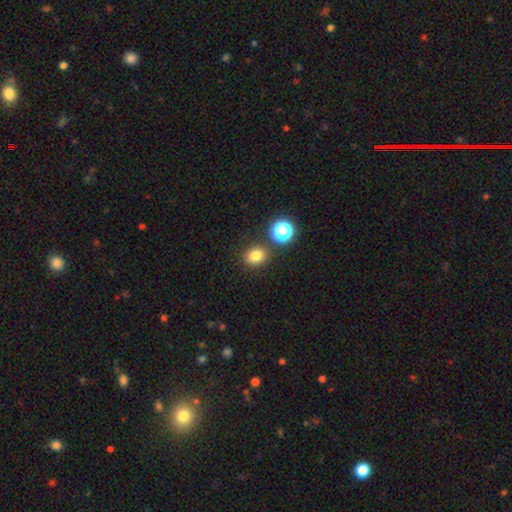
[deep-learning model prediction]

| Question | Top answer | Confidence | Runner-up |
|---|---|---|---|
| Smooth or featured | smooth | 78% | star or artifact (16%) |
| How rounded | round | 61% | in between (38%) |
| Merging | none | 81% | minor disturbance (9%) |